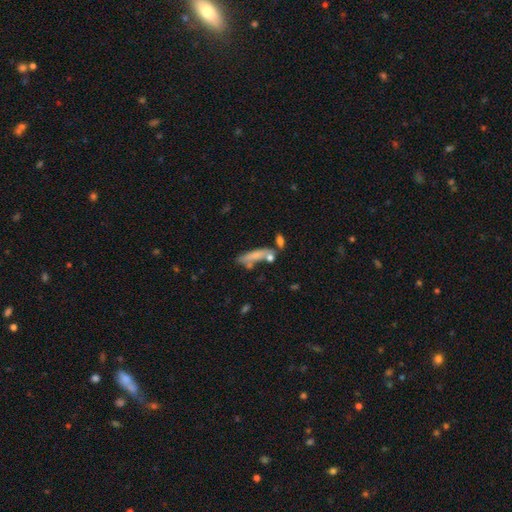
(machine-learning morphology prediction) smooth-or-featured: smooth: 68% | featured or disk: 23% | star or artifact: 9%
  how-rounded: cigar-shaped: 74% | in between: 24% | round: 3%
  merging: none: 53% | merger: 20% | minor disturbance: 18% | major disturbance: 9%